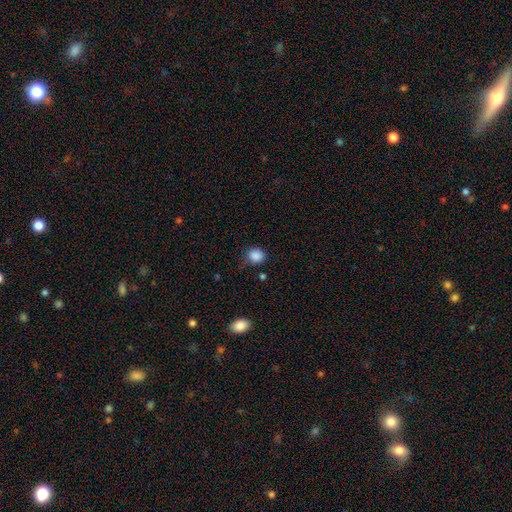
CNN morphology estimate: Smooth or featured: smooth — 87% (star or artifact — 10%)
How rounded: round — 82% (in between — 17%)
Merging: none — 71% (minor disturbance — 21%)